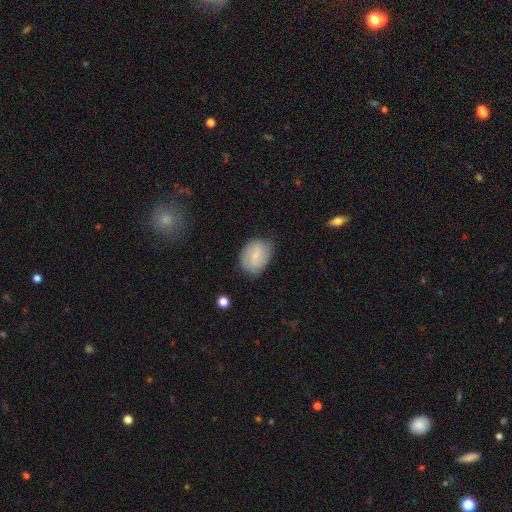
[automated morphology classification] A smooth galaxy with no disk features (53%) that is in between round and cigar-shaped (62%).

Vote fractions:
- Smooth or featured? smooth: 53% / featured or disk: 39% / star or artifact: 7%
- How rounded? in between: 62% / round: 36% / cigar-shaped: 1%
- Merging? none: 72% / minor disturbance: 22% / major disturbance: 5% / merger: 2%